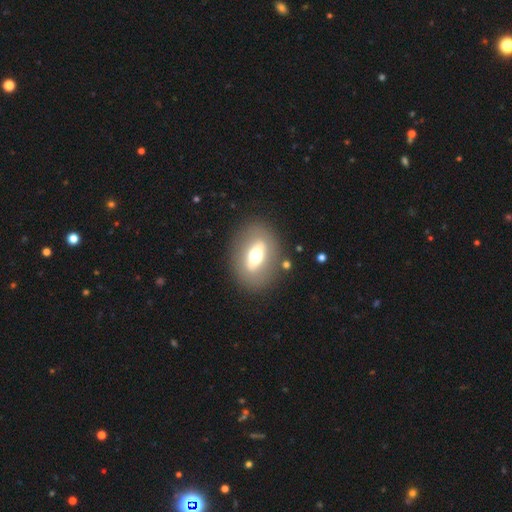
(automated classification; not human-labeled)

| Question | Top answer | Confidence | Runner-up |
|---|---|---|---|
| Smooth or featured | smooth | 48% | featured or disk (44%) |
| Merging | none | 84% | minor disturbance (9%) |